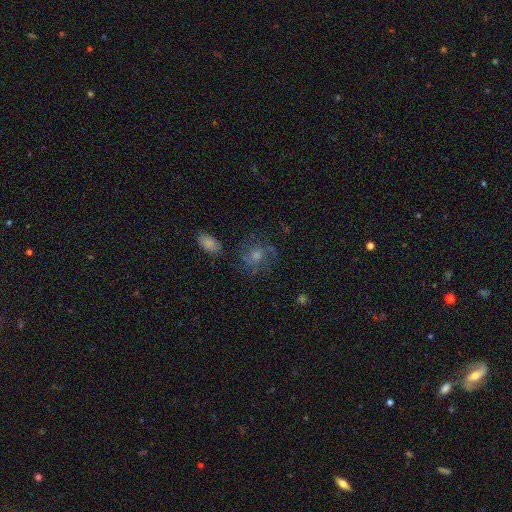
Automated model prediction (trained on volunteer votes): This is possibly a smooth galaxy (45%). Merging: likely none (62%).